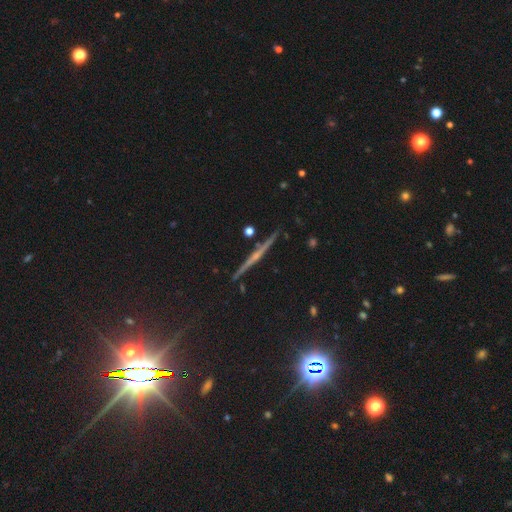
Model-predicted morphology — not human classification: Smooth or featured?
  - featured or disk: 73% *
  - star or artifact: 15%
  - smooth: 12%
Edge-on disk?
  - yes: 98% *
  - no: 2%
Edge-on bulge?
  - rounded: 67% *
  - none: 22%
  - boxy: 10%
Merging?
  - none: 90% *
  - minor disturbance: 6%
  - merger: 2%
  - major disturbance: 2%